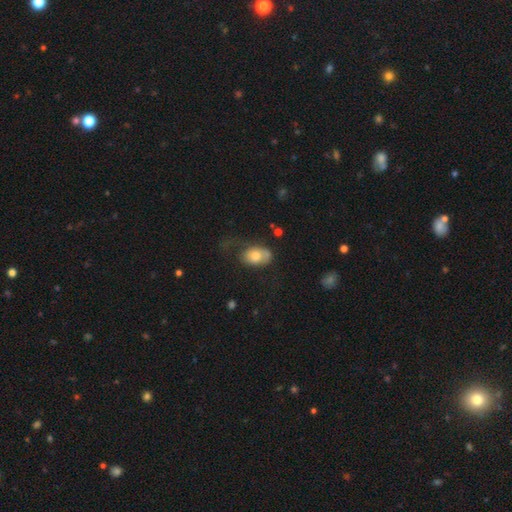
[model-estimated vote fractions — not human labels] This appears to be a smooth galaxy with no disk features (69%) that is in between round and cigar-shaped (87%). Merging: none (38%).